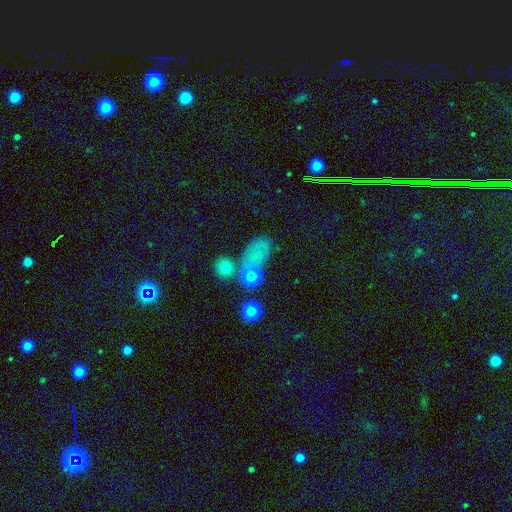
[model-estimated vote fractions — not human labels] Smooth or featured? smooth (45%)
Merging? none (50%)